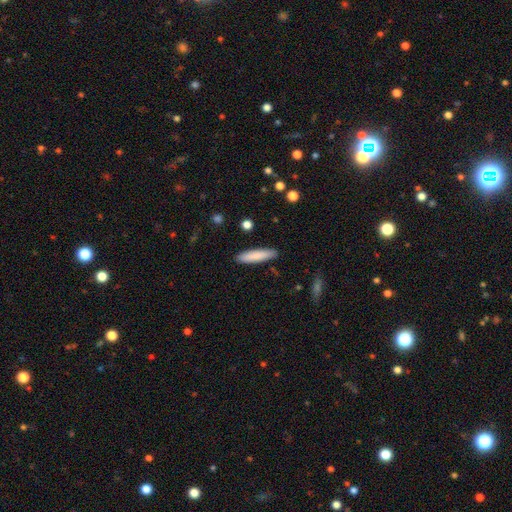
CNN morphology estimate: Q: Smooth or featured?
A: smooth (83%); runner-up: featured or disk (11%)
Q: How rounded?
A: cigar-shaped (83%); runner-up: in between (16%)
Q: Merging?
A: none (90%); runner-up: minor disturbance (8%)